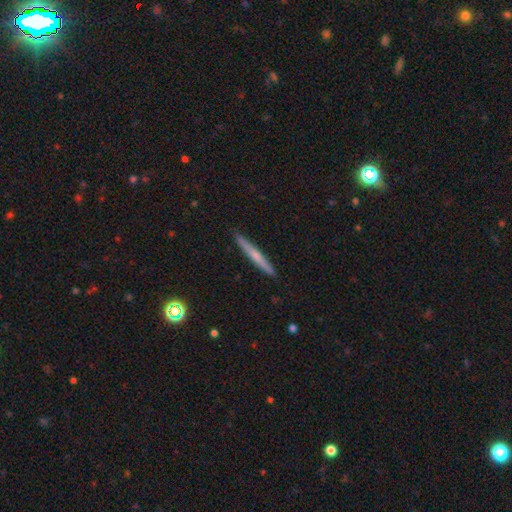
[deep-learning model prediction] Q: Smooth or featured?
A: smooth (47%); runner-up: featured or disk (46%)
Q: Merging?
A: none (92%); runner-up: minor disturbance (6%)